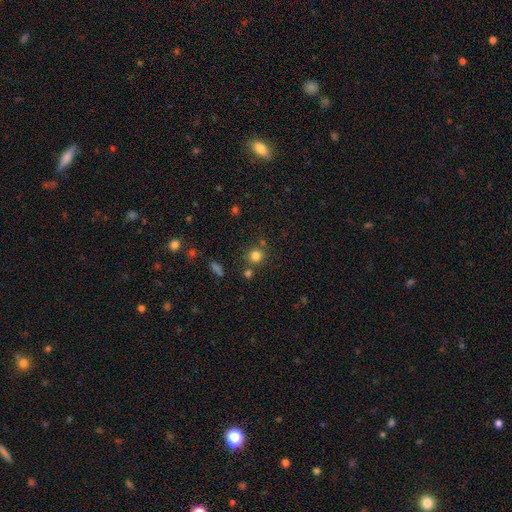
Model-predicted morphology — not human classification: Q: Smooth or featured?
A: smooth (79%); runner-up: star or artifact (15%)
Q: How rounded?
A: round (89%); runner-up: in between (10%)
Q: Merging?
A: none (74%); runner-up: merger (12%)